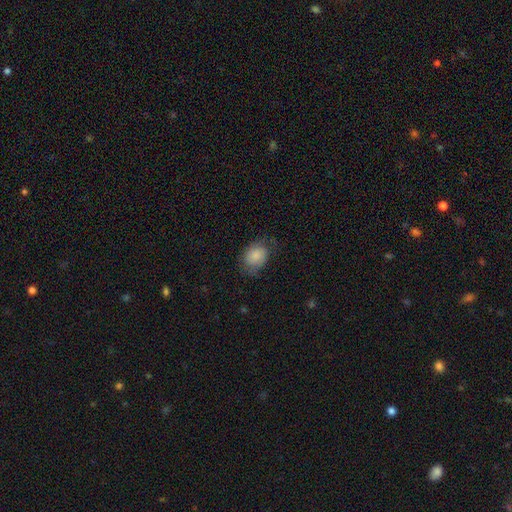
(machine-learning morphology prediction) smooth_or_featured: smooth (p=0.78) [alt: featured or disk p=0.14]
how_rounded: in between (p=0.59) [alt: round p=0.40]
merging: none (p=0.61) [alt: minor disturbance p=0.26]